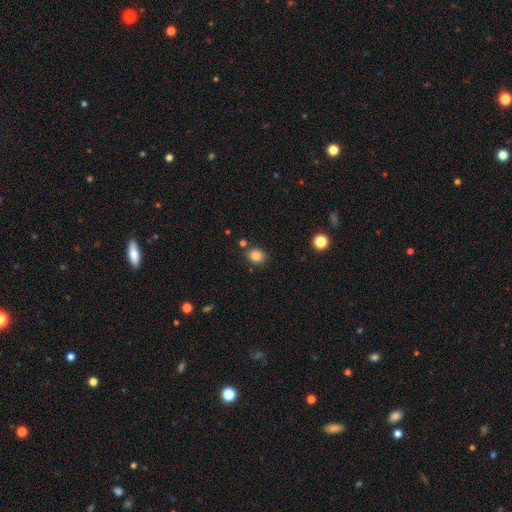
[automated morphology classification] Overall: smooth (84%). How rounded: round (59%; in between 40%). Merging: none (81%).